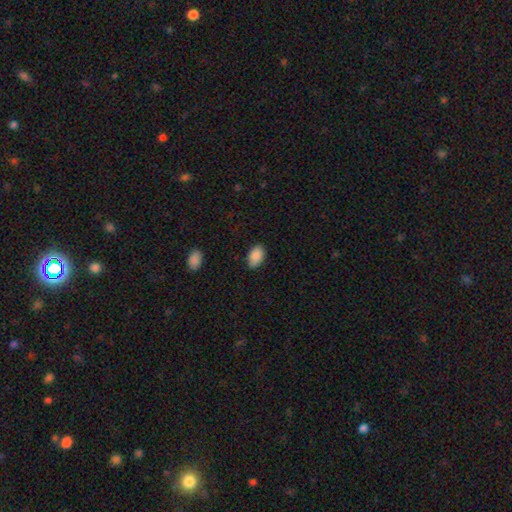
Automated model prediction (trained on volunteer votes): Smooth or featured? Predicted: smooth (p=0.88). How rounded? Predicted: in between (p=0.92). Merging? Predicted: none (p=0.85).